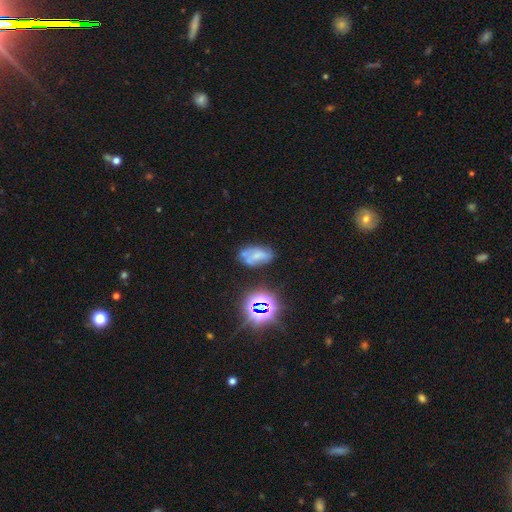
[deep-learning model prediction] smooth 43%, featured or disk 36%, star or artifact 21%. Down the decision tree: merging — none (49%).